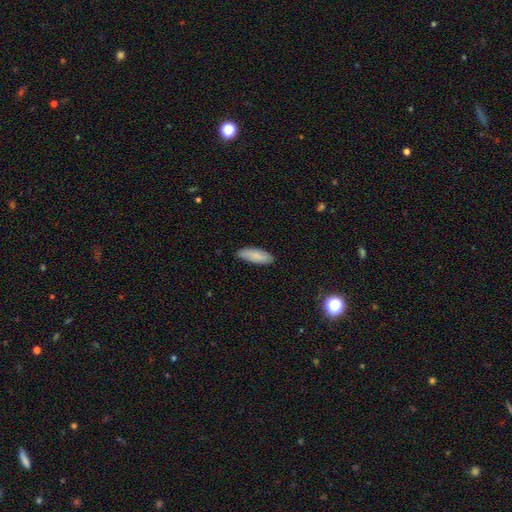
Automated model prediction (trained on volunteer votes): This is clearly a smooth galaxy (81%). How rounded: likely in between (65%). Merging: clearly none (83%).